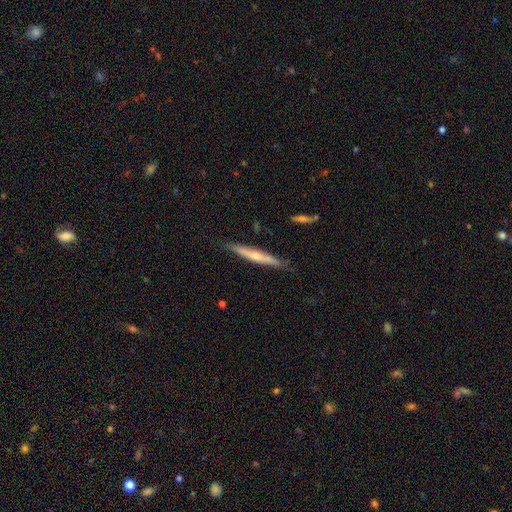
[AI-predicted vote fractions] A featured or disk galaxy (58%) viewed edge-on (94%) with a rounded central bulge (69%).

Vote fractions:
- Smooth or featured? featured or disk: 58% / smooth: 36% / star or artifact: 6%
- Edge-on disk? yes: 94% / no: 6%
- Edge-on bulge? rounded: 69% / none: 27% / boxy: 4%
- Merging? none: 83% / minor disturbance: 13% / major disturbance: 2% / merger: 1%